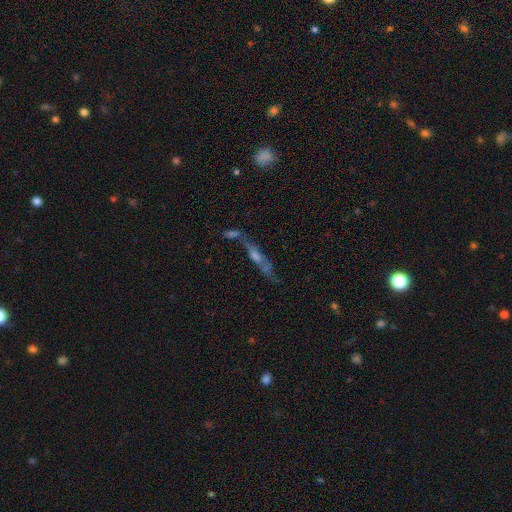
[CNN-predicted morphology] Smooth or featured? Predicted: featured or disk (p=0.59). Edge-on disk? Predicted: yes (p=0.70). Merging? Predicted: none (p=0.48).